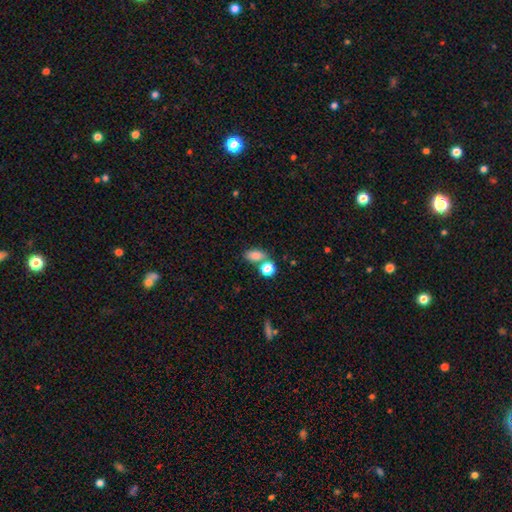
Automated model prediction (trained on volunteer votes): The model was most divided on "merging": none: 54%, merger: 29%, minor disturbance: 12%, major disturbance: 5%. More confident: how rounded — in between (81%); smooth or featured — smooth (81%).